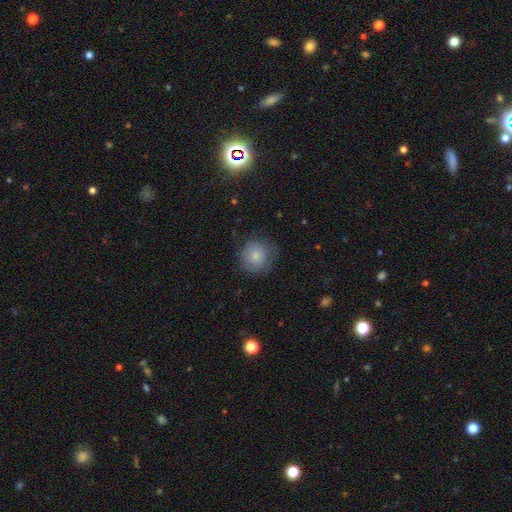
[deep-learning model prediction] smooth 75%, featured or disk 17%, star or artifact 8%. Down the decision tree: how rounded — round (90%); merging — none (65%).